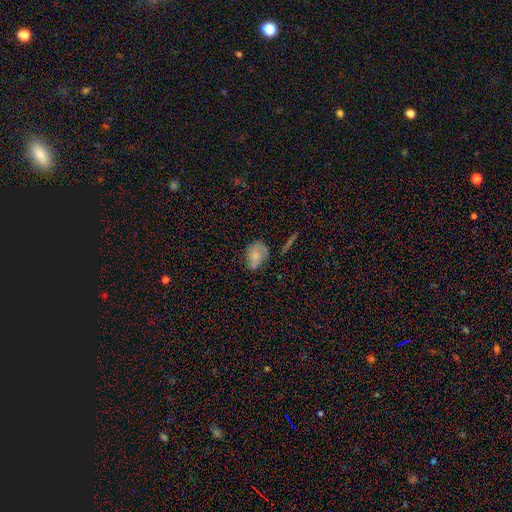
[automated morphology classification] smooth-or-featured: smooth: 57% | featured or disk: 33% | star or artifact: 10%
  how-rounded: in between: 72% | round: 26% | cigar-shaped: 2%
  merging: none: 48% | minor disturbance: 29% | major disturbance: 15% | merger: 7%